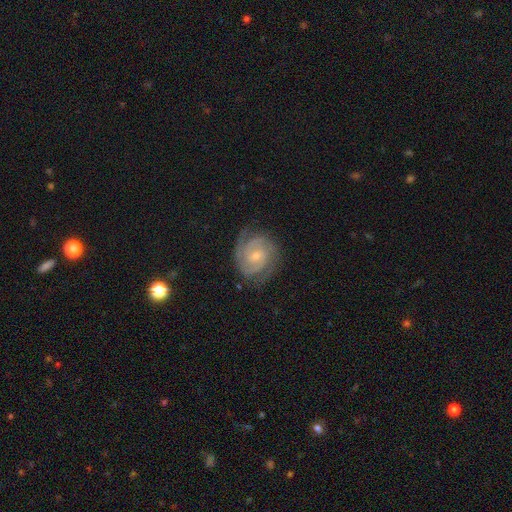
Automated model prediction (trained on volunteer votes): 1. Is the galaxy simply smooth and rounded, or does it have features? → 87% featured or disk, 8% smooth, 5% star or artifact.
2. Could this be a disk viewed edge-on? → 98% no, 2% yes.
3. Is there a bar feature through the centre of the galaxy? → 58% no, 36% weak, 7% strong.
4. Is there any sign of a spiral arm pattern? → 97% yes, 3% no.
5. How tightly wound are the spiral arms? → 64% tight, 30% medium, 5% loose.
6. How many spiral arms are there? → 53% 2, 22% 3, 13% can't tell, 5% 4, 4% 1, 4% more than 4.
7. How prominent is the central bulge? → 64% small, 32% moderate, 2% none, 1% large, 1% dominant.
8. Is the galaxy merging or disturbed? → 77% none, 16% minor disturbance, 5% major disturbance, 1% merger.